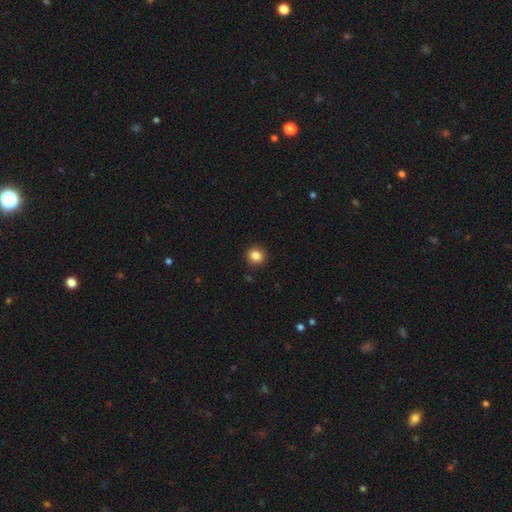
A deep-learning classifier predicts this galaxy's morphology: Smooth or featured? Predicted: smooth (p=0.85). How rounded? Predicted: round (p=0.89). Merging? Predicted: none (p=0.92).